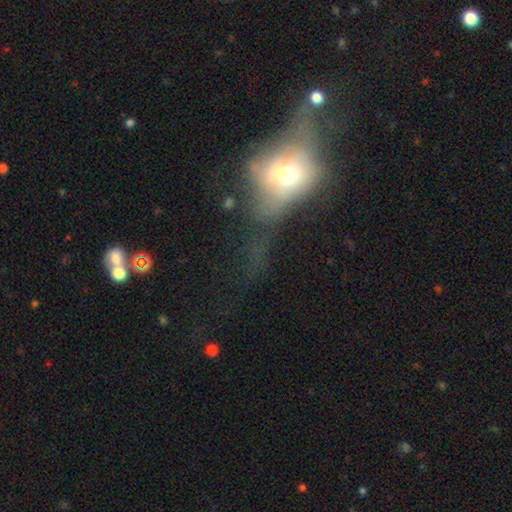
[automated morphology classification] This appears to be a featured or disk galaxy (48%). Merging: major disturbance (40%).